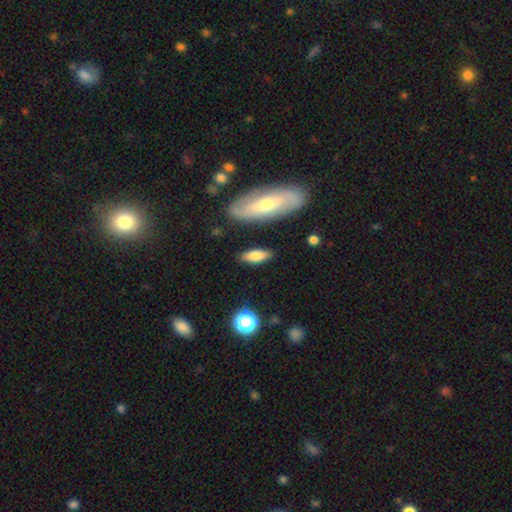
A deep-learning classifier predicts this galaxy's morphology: A smooth galaxy with no disk features (74%) that is in between round and cigar-shaped (65%). Merging: none (83%).